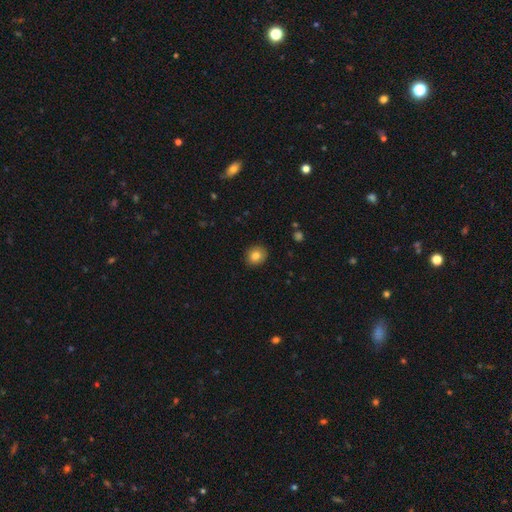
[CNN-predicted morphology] The model was most divided on "how rounded": round: 74%, in between: 25%, cigar-shaped: 1%. More confident: merging — none (90%); smooth or featured — smooth (81%).